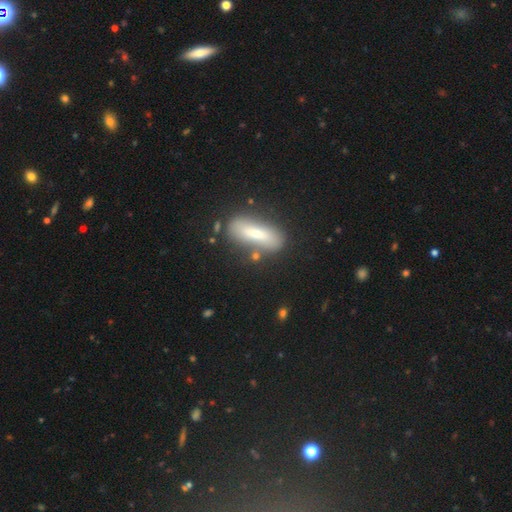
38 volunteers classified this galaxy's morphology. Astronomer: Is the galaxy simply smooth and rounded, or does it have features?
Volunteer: smooth — 58% (runner-up: featured or disk, 39%).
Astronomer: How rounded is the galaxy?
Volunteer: cigar-shaped — 50% (runner-up: in between, 45%).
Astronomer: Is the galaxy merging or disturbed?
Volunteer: none — 76%.